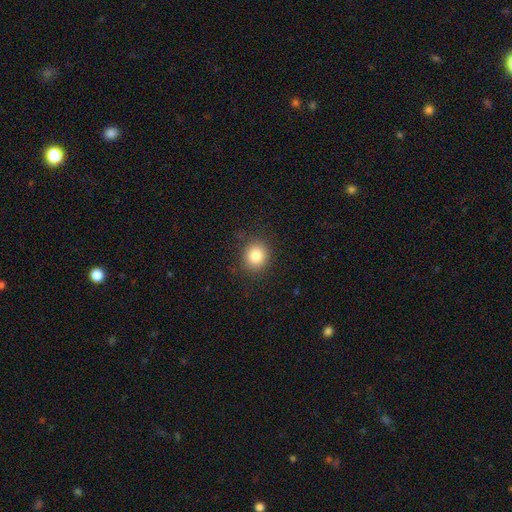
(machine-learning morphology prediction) Smooth or featured? Predicted: smooth (p=0.83). How rounded? Predicted: round (p=0.83). Merging? Predicted: none (p=0.87).